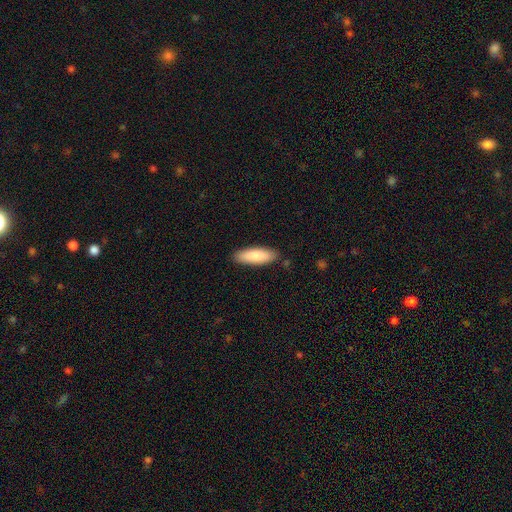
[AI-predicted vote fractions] Q: Smooth or featured?
A: smooth (85%); runner-up: featured or disk (10%)
Q: How rounded?
A: in between (54%); runner-up: cigar-shaped (45%)
Q: Merging?
A: none (87%); runner-up: minor disturbance (10%)